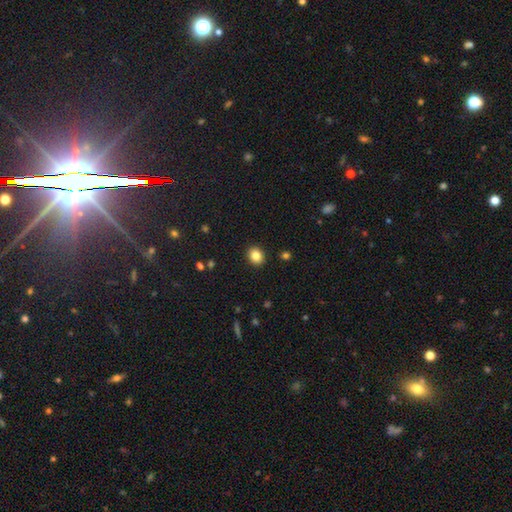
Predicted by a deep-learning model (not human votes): A smooth galaxy with no disk features (84%) that is round (66%).

Vote fractions:
- Smooth or featured? smooth: 84% / star or artifact: 10% / featured or disk: 6%
- How rounded? round: 66% / in between: 33% / cigar-shaped: 1%
- Merging? none: 91% / minor disturbance: 6% / major disturbance: 2% / merger: 1%